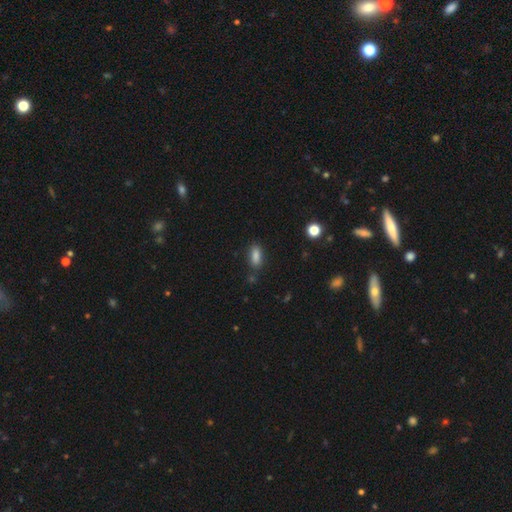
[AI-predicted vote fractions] Smooth or featured? smooth (84%)
How rounded? in between (81%)
Merging? none (78%)